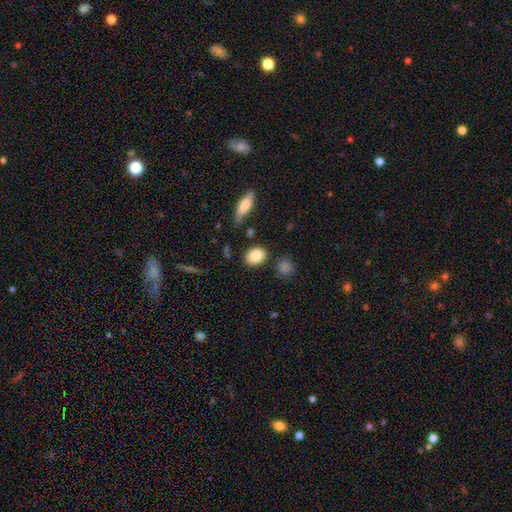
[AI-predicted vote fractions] Smooth or featured?
  - smooth: 85% *
  - star or artifact: 8%
  - featured or disk: 7%
How rounded?
  - in between: 63% *
  - round: 35%
  - cigar-shaped: 2%
Merging?
  - none: 82% *
  - minor disturbance: 11%
  - merger: 4%
  - major disturbance: 3%